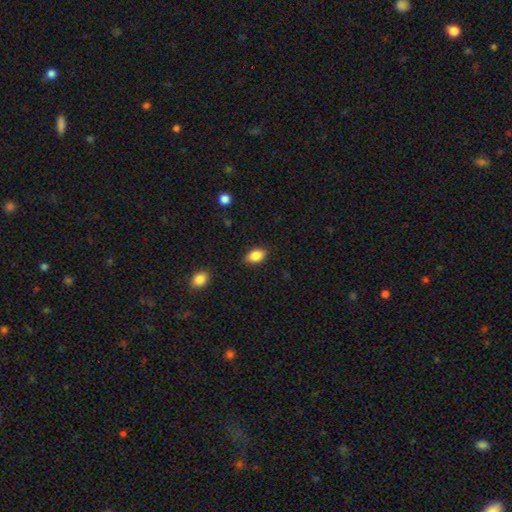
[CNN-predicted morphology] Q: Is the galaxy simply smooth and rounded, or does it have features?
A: smooth — 86%.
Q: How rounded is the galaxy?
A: in between — 88%.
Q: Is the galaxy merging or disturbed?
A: none — 86%.